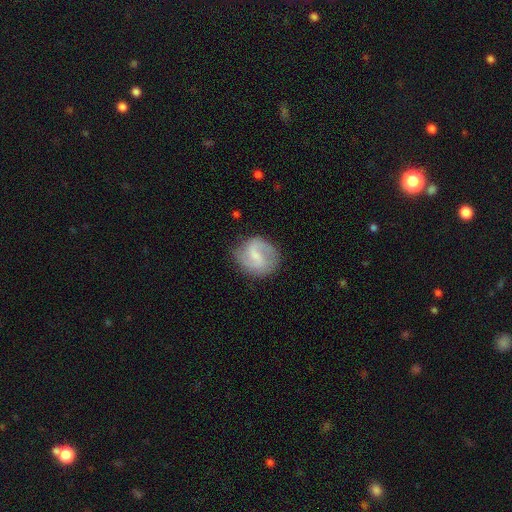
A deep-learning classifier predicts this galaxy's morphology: Overall: featured or disk (70%). Edge-on disk: no (98%). Bar: weak (58%; no 22%). Spiral arms: yes (92%). Spiral arm count: 2 (85%). Spiral winding: medium (47%; loose 35%). Bulge size: small (48%; moderate 24%). Merging: none (75%).